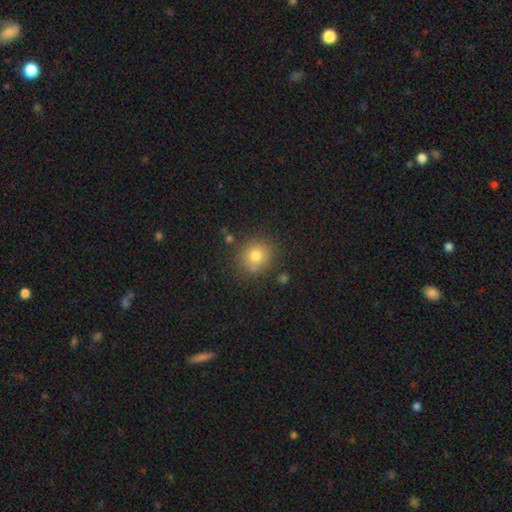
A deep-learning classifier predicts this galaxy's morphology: Smooth or featured?
  - smooth: 77% *
  - star or artifact: 13%
  - featured or disk: 10%
How rounded?
  - round: 85% *
  - in between: 14%
  - cigar-shaped: 1%
Merging?
  - none: 80% *
  - minor disturbance: 12%
  - merger: 5%
  - major disturbance: 3%